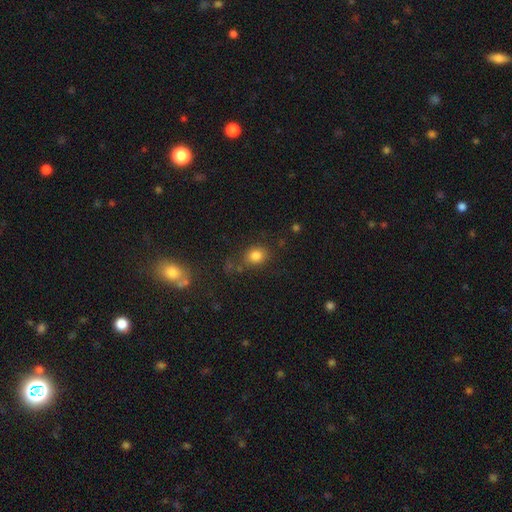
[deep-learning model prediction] Overall: smooth (81%). How rounded: round (61%; in between 38%). Merging: none (71%).